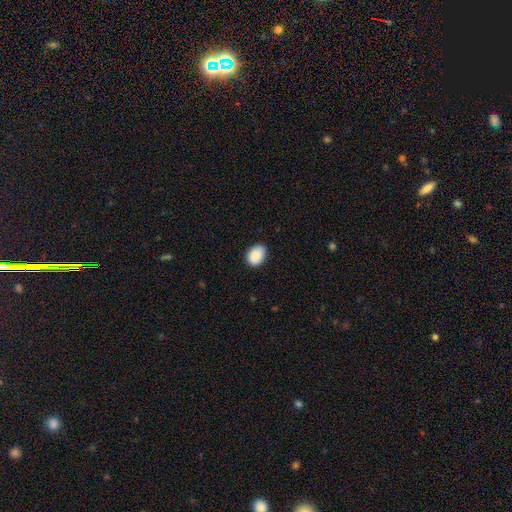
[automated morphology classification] smooth-or-featured: smooth: 90% | star or artifact: 7% | featured or disk: 3%
  how-rounded: in between: 76% | round: 23% | cigar-shaped: 1%
  merging: none: 83% | minor disturbance: 14% | major disturbance: 2% | merger: 1%